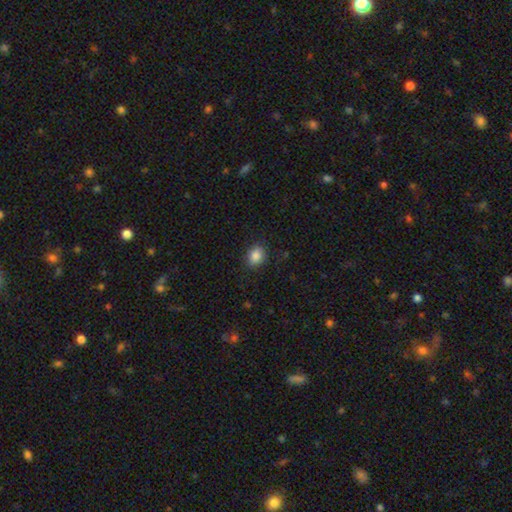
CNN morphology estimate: A smooth galaxy with no disk features (86%) that is in between round and cigar-shaped (53%). Merging: none (86%).